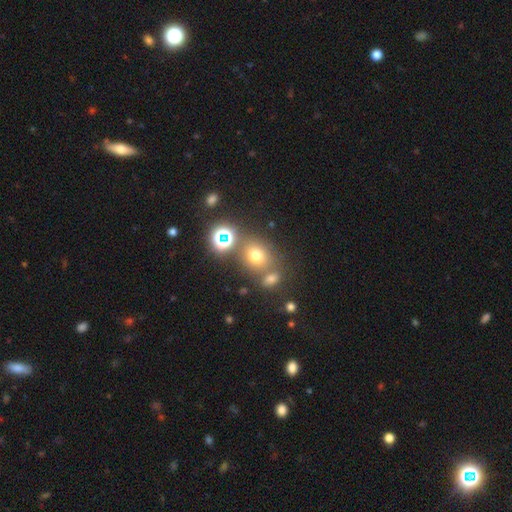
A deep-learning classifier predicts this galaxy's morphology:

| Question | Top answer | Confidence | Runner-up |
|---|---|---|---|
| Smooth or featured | smooth | 65% | star or artifact (25%) |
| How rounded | round | 68% | in between (31%) |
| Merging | none | 65% | merger (20%) |